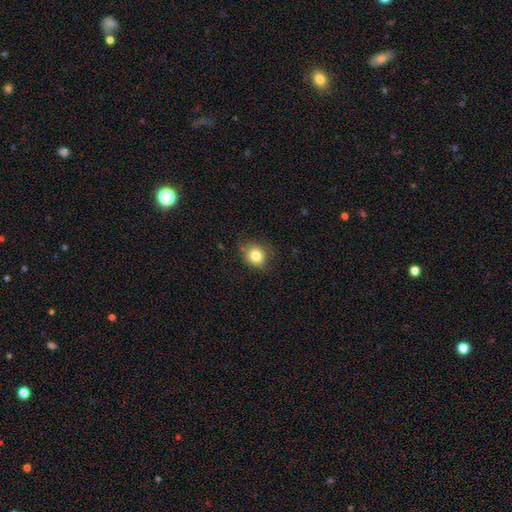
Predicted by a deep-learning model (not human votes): smooth 82%, star or artifact 11%, featured or disk 7%. Down the decision tree: how rounded — round (77%); merging — none (79%).